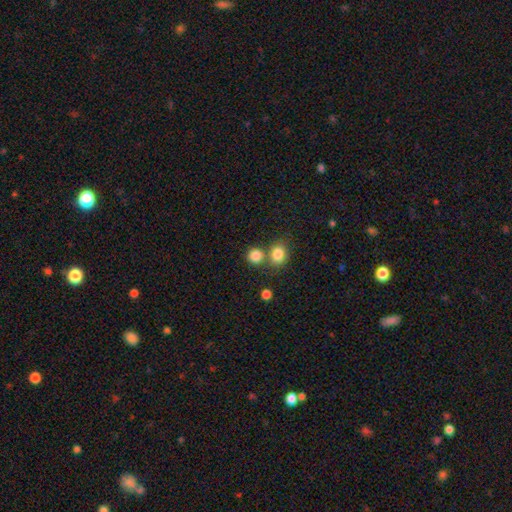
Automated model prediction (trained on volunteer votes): Smooth or featured: smooth — 84% (star or artifact — 11%)
How rounded: round — 83% (in between — 16%)
Merging: none — 61% (merger — 28%)